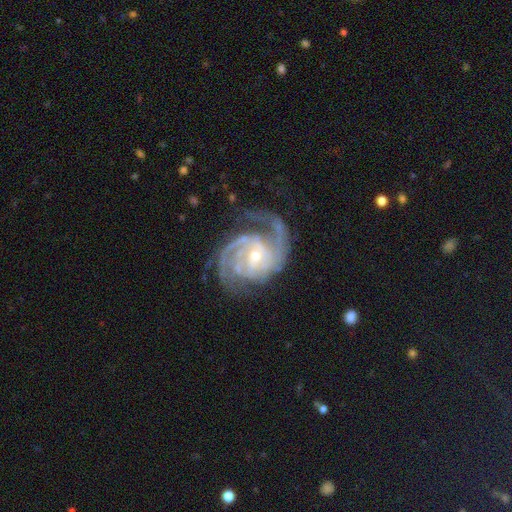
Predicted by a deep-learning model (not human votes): The model was most divided on "bar": no: 46%, weak: 40%, strong: 14%. Remaining: spiral arms — yes (98%); edge-on disk — no (98%); smooth or featured — featured or disk (92%); bulge size — small (64%); merging — none (64%); spiral winding — tight (49%); spiral arm count — 2 (39%).